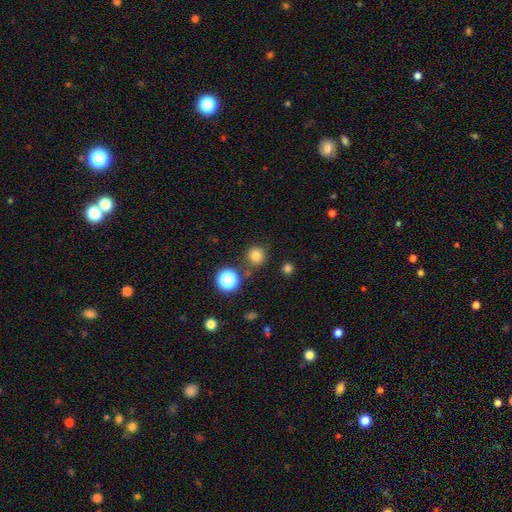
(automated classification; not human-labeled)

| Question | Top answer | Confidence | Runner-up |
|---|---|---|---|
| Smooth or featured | smooth | 79% | star or artifact (16%) |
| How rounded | round | 94% | in between (5%) |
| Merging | none | 84% | minor disturbance (8%) |